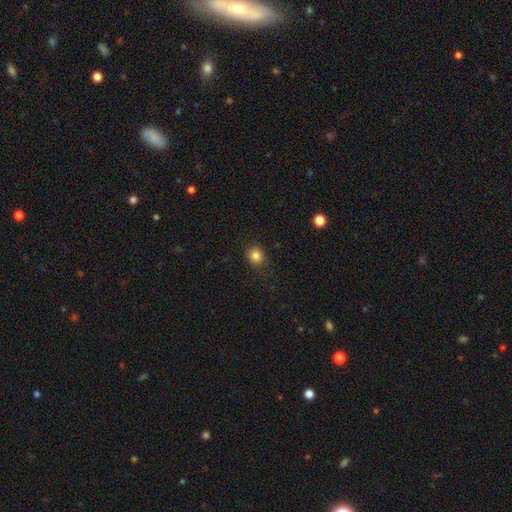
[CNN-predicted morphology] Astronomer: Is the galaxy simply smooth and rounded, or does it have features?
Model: smooth — 84%.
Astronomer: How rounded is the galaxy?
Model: round — 80%.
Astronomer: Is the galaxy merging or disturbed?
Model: none — 88%.